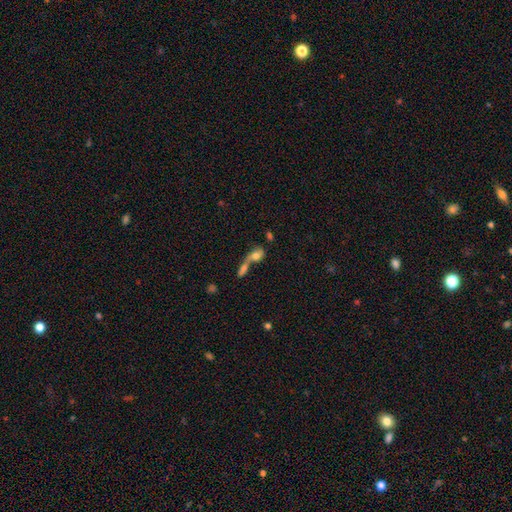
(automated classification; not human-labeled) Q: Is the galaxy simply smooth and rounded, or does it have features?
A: smooth — 63%.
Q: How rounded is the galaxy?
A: in between — 63%.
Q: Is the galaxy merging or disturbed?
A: merger — 71%.